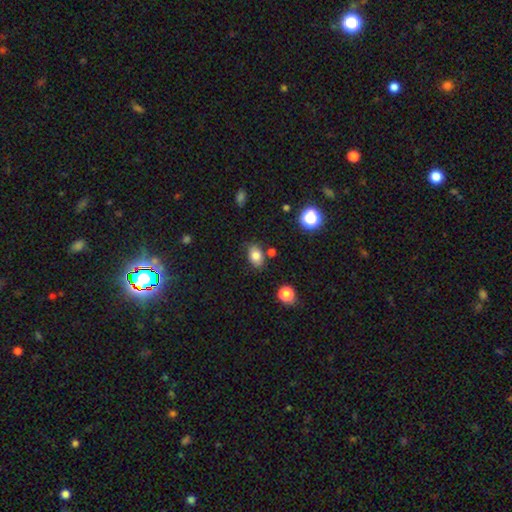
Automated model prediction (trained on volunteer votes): Smooth or featured?
  - smooth: 80% *
  - star or artifact: 10%
  - featured or disk: 9%
How rounded?
  - in between: 80% *
  - round: 19%
  - cigar-shaped: 1%
Merging?
  - none: 74% *
  - minor disturbance: 17%
  - merger: 5%
  - major disturbance: 4%